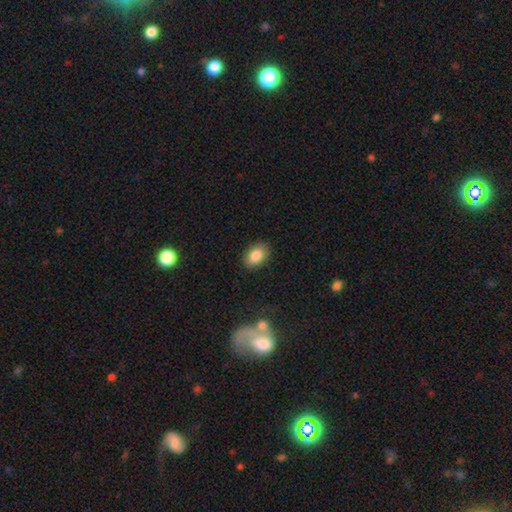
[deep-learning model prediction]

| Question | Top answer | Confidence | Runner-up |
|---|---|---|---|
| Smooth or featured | smooth | 85% | star or artifact (8%) |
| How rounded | in between | 85% | round (14%) |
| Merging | none | 87% | minor disturbance (9%) |